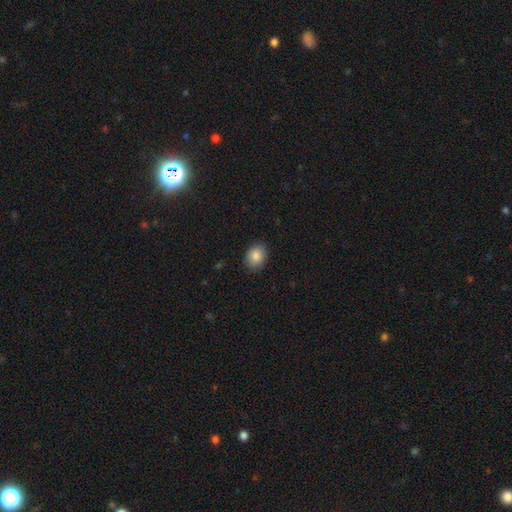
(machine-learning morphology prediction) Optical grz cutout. It shows a smooth galaxy with no disk features (86%) that is in between round and cigar-shaped (63%). Merging: none (87%).